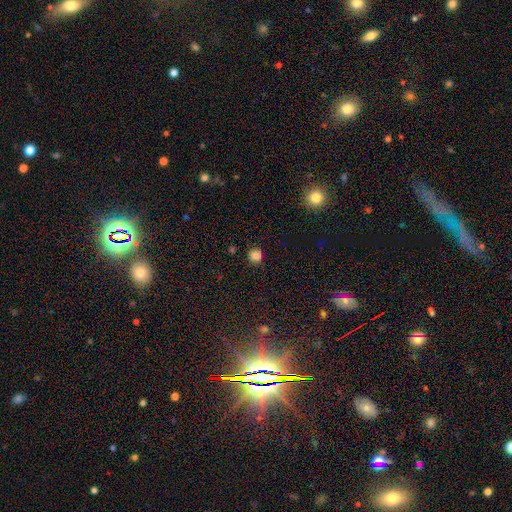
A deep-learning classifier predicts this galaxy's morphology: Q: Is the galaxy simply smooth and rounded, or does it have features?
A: smooth — 83%.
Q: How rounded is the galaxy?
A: round — 93%.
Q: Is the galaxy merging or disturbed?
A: none — 90%.